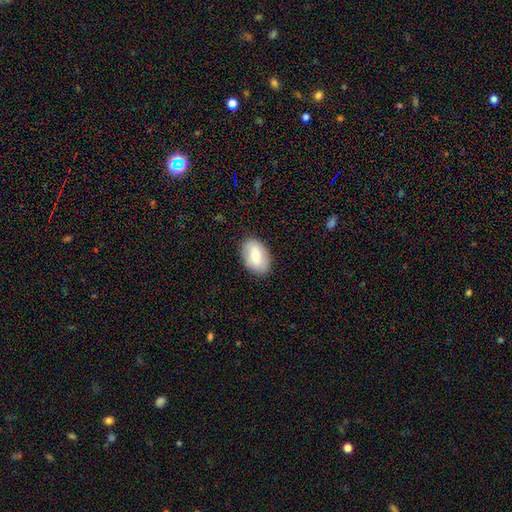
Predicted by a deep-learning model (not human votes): Q: Smooth or featured?
A: smooth (67%); runner-up: featured or disk (26%)
Q: How rounded?
A: in between (87%); runner-up: round (12%)
Q: Merging?
A: none (87%); runner-up: minor disturbance (10%)